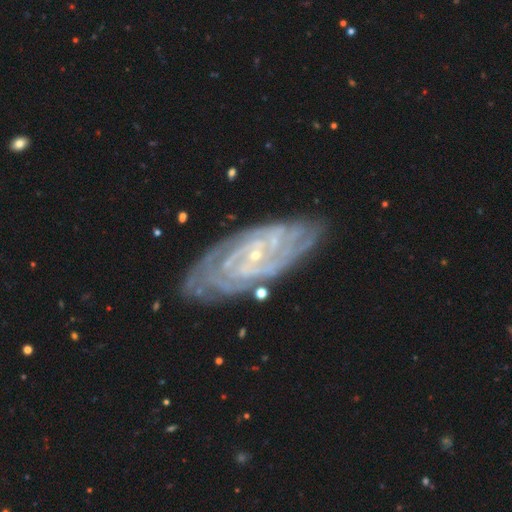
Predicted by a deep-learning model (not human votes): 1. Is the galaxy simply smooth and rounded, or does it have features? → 90% featured or disk, 6% star or artifact, 5% smooth.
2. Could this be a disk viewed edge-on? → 94% no, 6% yes.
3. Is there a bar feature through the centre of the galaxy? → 48% no, 35% weak, 17% strong.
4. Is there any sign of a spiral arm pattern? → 98% yes, 2% no.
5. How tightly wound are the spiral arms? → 77% tight, 19% medium, 4% loose.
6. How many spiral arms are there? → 25% can't tell, 22% 2, 18% 4, 16% 3, 11% more than 4, 8% 1.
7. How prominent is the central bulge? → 87% small, 8% moderate, 2% none, 1% large, 1% dominant.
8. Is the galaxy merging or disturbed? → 79% none, 15% minor disturbance, 4% major disturbance, 2% merger.